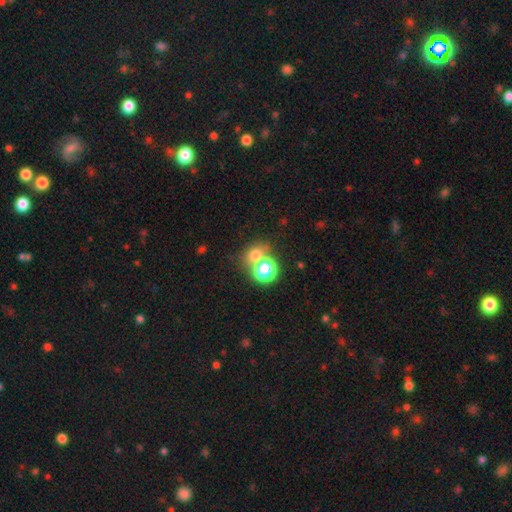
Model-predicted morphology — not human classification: smooth 66%, star or artifact 23%, featured or disk 11%. Down the decision tree: how rounded — round (60%); merging — none (51%).